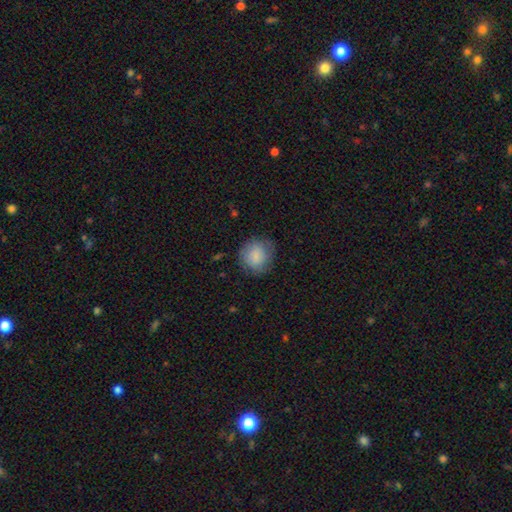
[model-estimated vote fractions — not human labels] The model was most divided on "merging": none: 77%, minor disturbance: 17%, major disturbance: 5%, merger: 1%. More confident: how rounded — round (86%); smooth or featured — smooth (84%).